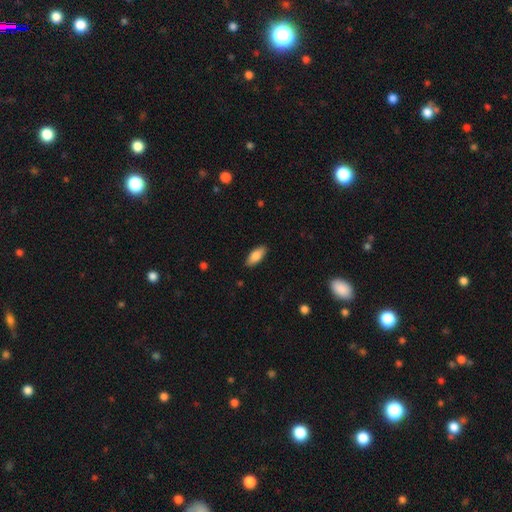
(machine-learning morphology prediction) smooth 82%, featured or disk 12%, star or artifact 6%. Down the decision tree: how rounded — in between (82%); merging — none (88%).